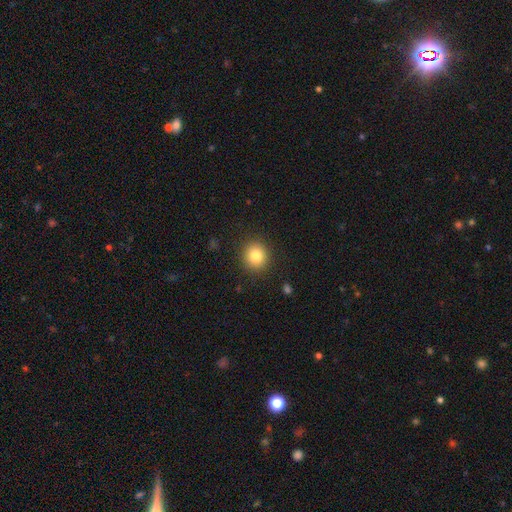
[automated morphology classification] Overall: smooth (83%). How rounded: round (88%). Merging: none (90%).